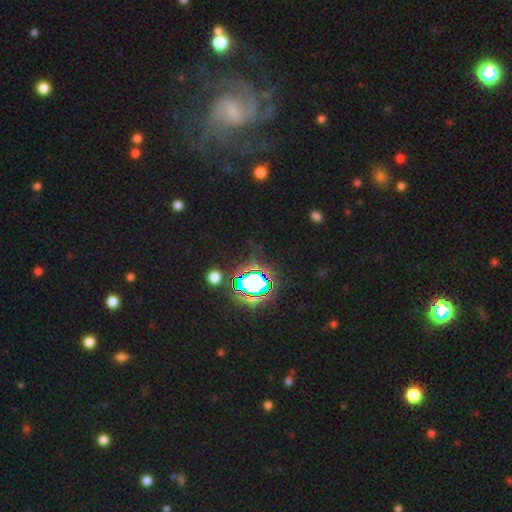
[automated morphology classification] smooth-or-featured: star or artifact: 56% | featured or disk: 26% | smooth: 18%